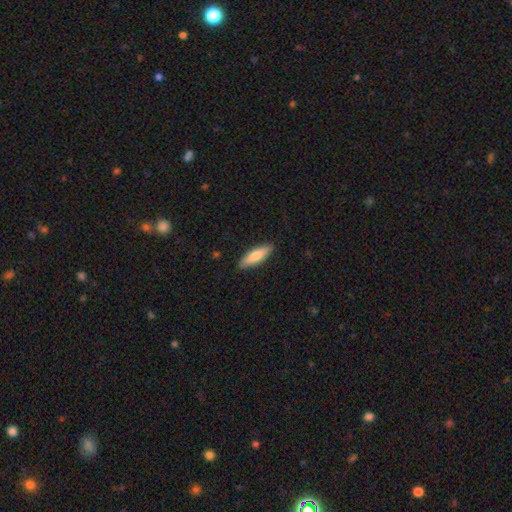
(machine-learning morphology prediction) Smooth or featured?
  - smooth: 78% *
  - featured or disk: 17%
  - star or artifact: 5%
How rounded?
  - cigar-shaped: 54% *
  - in between: 44%
  - round: 2%
Merging?
  - none: 88% *
  - minor disturbance: 9%
  - major disturbance: 2%
  - merger: 1%